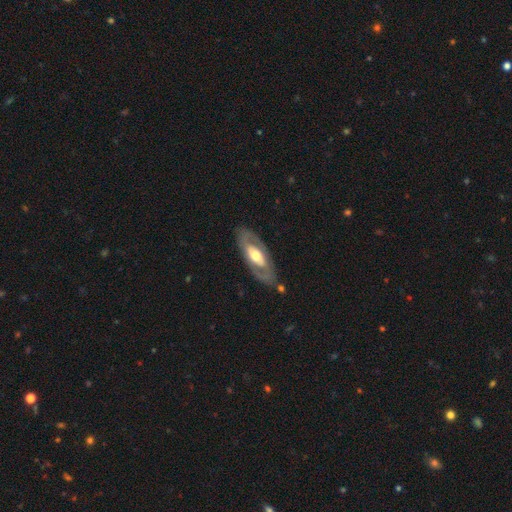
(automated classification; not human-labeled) smooth_or_featured: featured or disk (p=0.65) [alt: smooth p=0.30]
disk_edge_on: no (p=0.83) [alt: yes p=0.17]
bar: no (p=0.60) [alt: weak p=0.24]
has_spiral_arms: no (p=0.66) [alt: yes p=0.34]
bulge_size: moderate (p=0.64) [alt: large p=0.23]
merging: none (p=0.80) [alt: minor disturbance p=0.13]